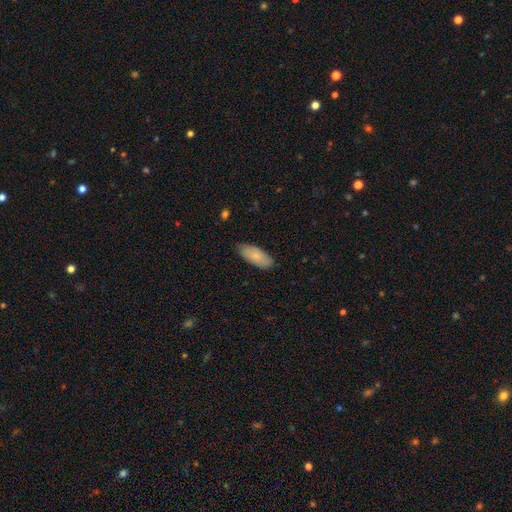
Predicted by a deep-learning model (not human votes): The model was most divided on "smooth or featured": smooth: 77%, featured or disk: 17%, star or artifact: 6%. More confident: how rounded — in between (88%); merging — none (80%).